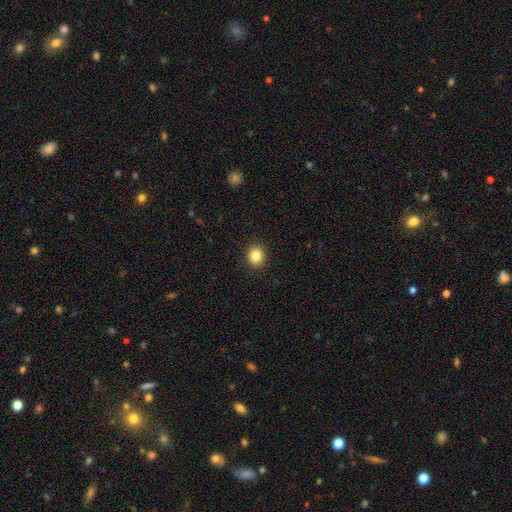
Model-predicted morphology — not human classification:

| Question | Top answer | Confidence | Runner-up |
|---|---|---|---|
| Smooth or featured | smooth | 85% | star or artifact (11%) |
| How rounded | round | 83% | in between (16%) |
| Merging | none | 92% | minor disturbance (6%) |